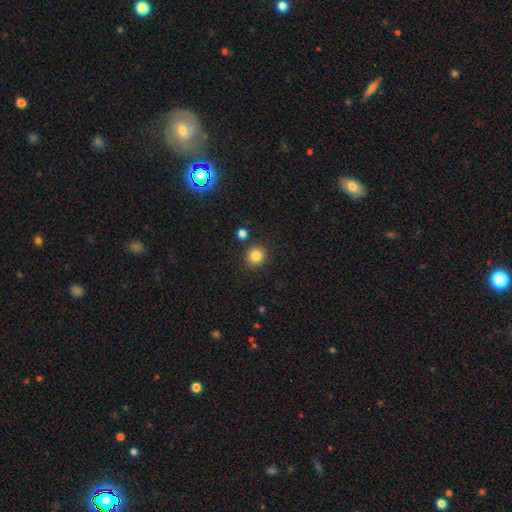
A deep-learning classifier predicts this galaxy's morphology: A smooth galaxy with no disk features (84%) that is round (89%). Merging: none (87%).